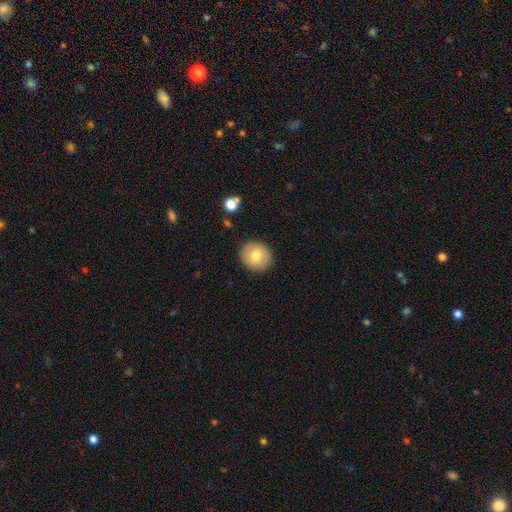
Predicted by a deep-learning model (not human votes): Overall: smooth (75%). How rounded: round (83%). Merging: none (90%).